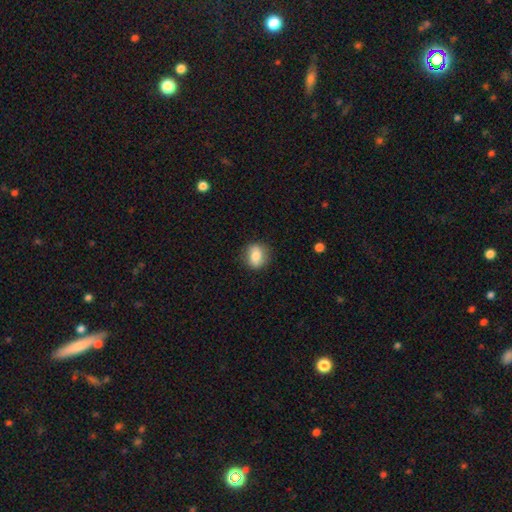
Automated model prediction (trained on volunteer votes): Smooth or featured? smooth (75%)
How rounded? round (60%)
Merging? none (83%)